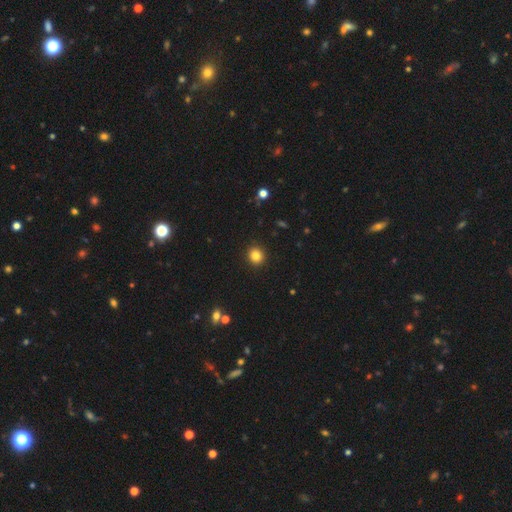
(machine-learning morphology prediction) smooth_or_featured: smooth (p=0.84) [alt: star or artifact p=0.11]
how_rounded: round (p=0.86) [alt: in between p=0.13]
merging: none (p=0.92) [alt: minor disturbance p=0.05]